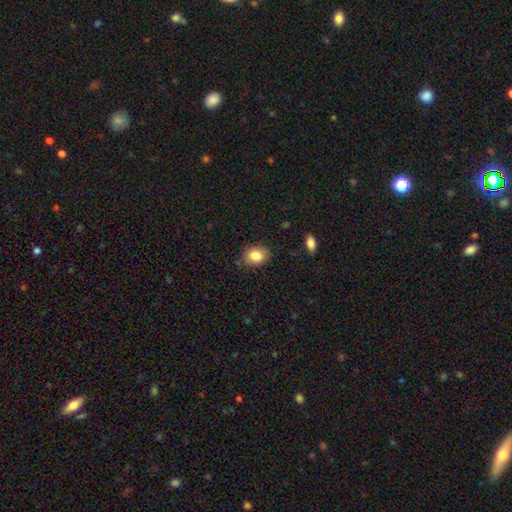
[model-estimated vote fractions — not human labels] smooth-or-featured: smooth: 85% | star or artifact: 9% | featured or disk: 6%
  how-rounded: in between: 63% | round: 36% | cigar-shaped: 1%
  merging: none: 83% | minor disturbance: 12% | major disturbance: 3% | merger: 2%